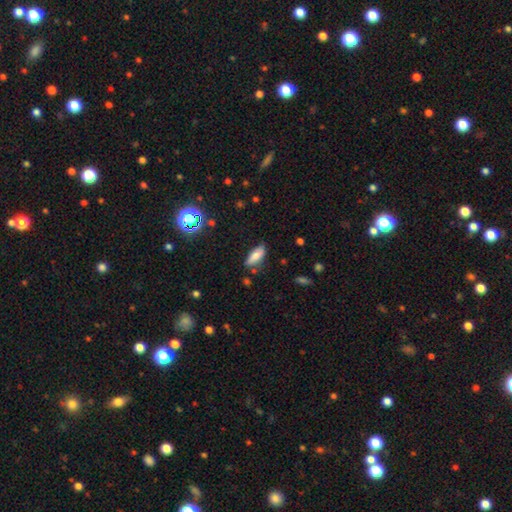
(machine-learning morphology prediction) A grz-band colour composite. It shows a smooth galaxy with no disk features (78%) that is in between round and cigar-shaped (67%). Merging: none (73%).